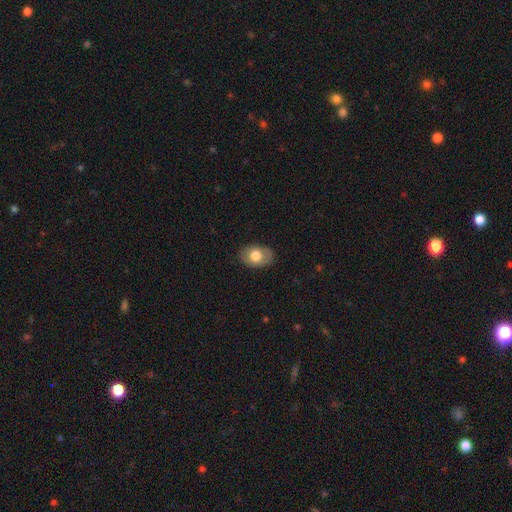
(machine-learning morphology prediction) Smooth or featured? smooth (69%)
How rounded? in between (82%)
Merging? none (83%)